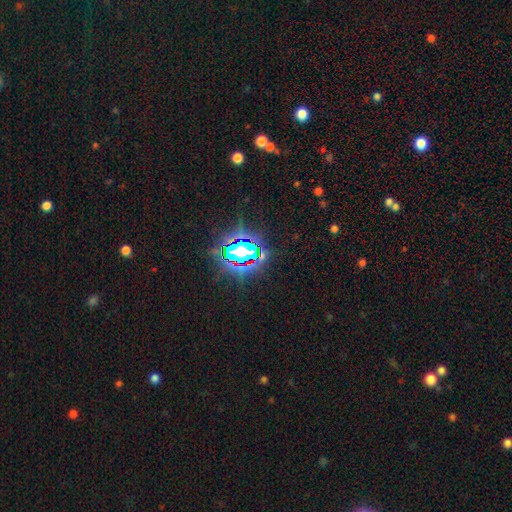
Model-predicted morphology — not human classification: A star or artifact, not a galaxy (77%).